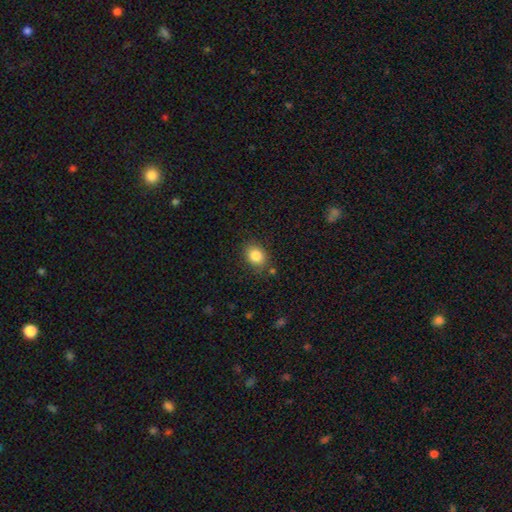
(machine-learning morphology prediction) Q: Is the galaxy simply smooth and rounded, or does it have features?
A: smooth — 85%.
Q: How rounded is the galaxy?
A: in between — 54%.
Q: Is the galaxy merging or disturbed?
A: none — 82%.